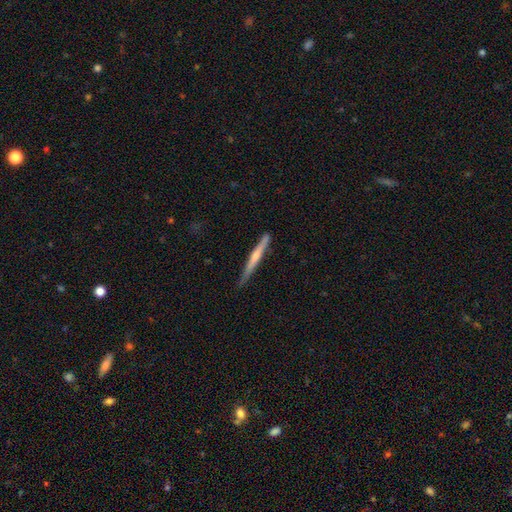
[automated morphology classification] smooth_or_featured: featured or disk (p=0.64) [alt: smooth p=0.28]
disk_edge_on: yes (p=0.97) [alt: no p=0.03]
edge_on_bulge: rounded (p=0.65) [alt: none p=0.27]
merging: none (p=0.87) [alt: minor disturbance p=0.10]